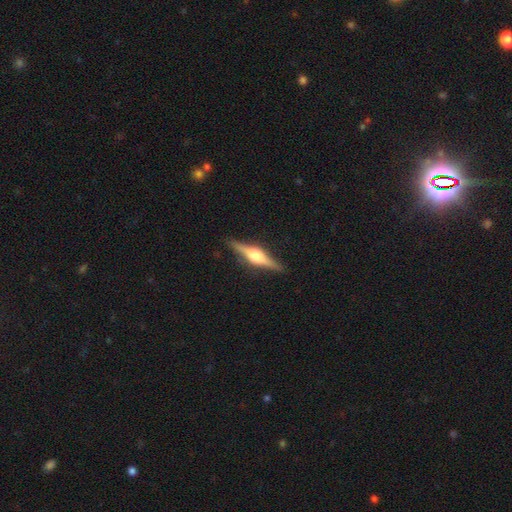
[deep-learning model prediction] A featured or disk galaxy (79%) viewed edge-on (98%) with a rounded central bulge (91%).

Vote fractions:
- Smooth or featured? featured or disk: 79% / smooth: 16% / star or artifact: 6%
- Edge-on disk? yes: 98% / no: 2%
- Edge-on bulge? rounded: 91% / boxy: 8% / none: 2%
- Merging? none: 90% / minor disturbance: 7% / major disturbance: 2% / merger: 1%